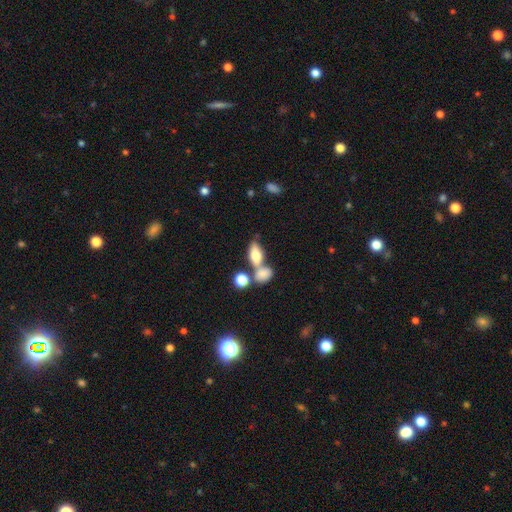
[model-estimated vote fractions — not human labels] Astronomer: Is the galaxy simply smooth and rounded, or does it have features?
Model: smooth — 69%.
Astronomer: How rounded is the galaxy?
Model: in between — 80%.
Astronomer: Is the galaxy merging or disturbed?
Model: merger — 43% (runner-up: none, 41%).